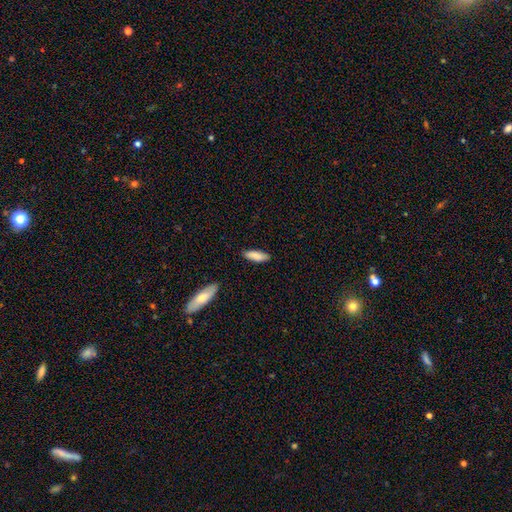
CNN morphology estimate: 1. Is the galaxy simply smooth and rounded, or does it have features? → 86% smooth, 8% featured or disk, 6% star or artifact.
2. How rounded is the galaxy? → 52% in between, 46% cigar-shaped, 2% round.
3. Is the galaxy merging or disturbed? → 85% none, 11% minor disturbance, 2% major disturbance, 2% merger.